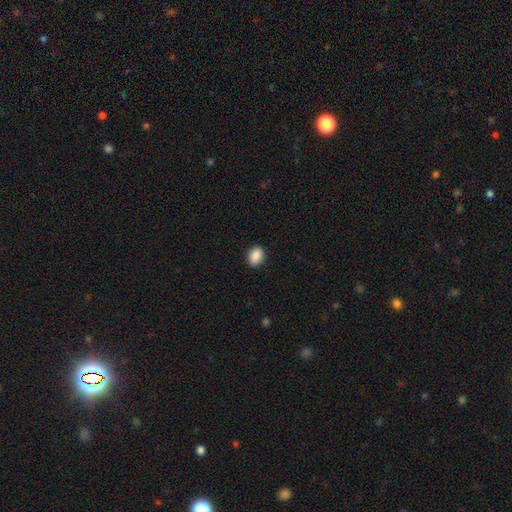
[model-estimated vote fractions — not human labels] This is clearly a smooth galaxy (90%). How rounded: likely in between (74%). Merging: clearly none (90%).